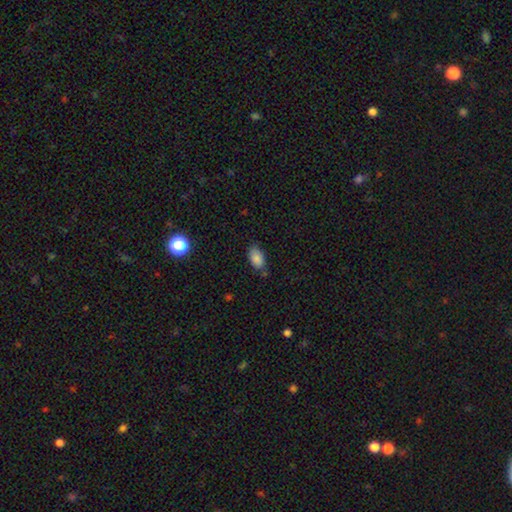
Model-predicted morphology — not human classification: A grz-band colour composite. It shows a smooth galaxy with no disk features (84%) that is in between round and cigar-shaped (91%). Merging: none (73%).